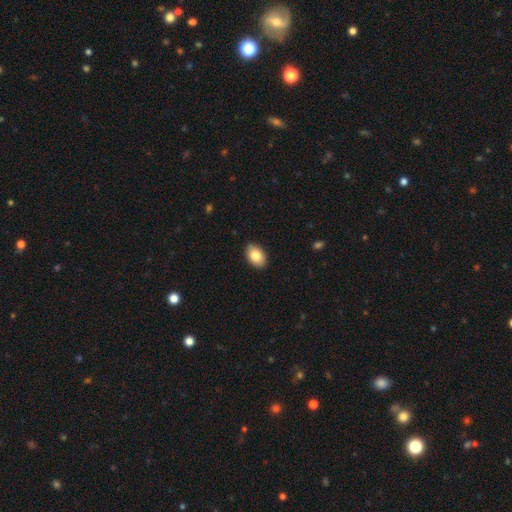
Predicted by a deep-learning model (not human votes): Smooth or featured? Predicted: smooth (p=0.83). How rounded? Predicted: in between (p=0.88). Merging? Predicted: none (p=0.87).